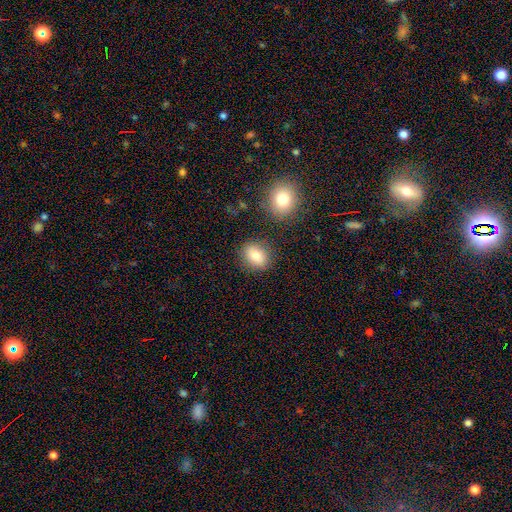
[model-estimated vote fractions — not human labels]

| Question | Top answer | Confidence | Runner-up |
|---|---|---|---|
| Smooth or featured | smooth | 81% | featured or disk (10%) |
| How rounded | in between | 55% | round (44%) |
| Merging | none | 81% | minor disturbance (11%) |